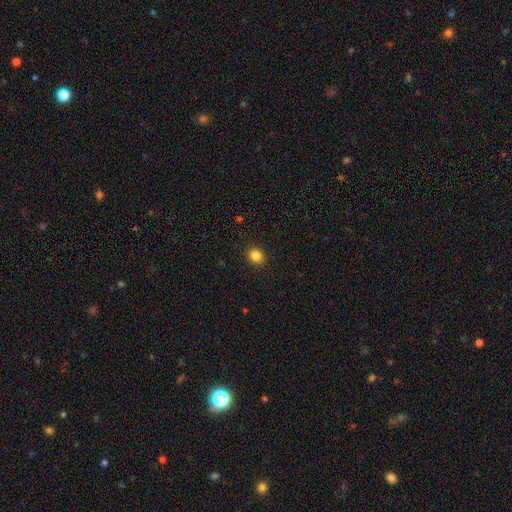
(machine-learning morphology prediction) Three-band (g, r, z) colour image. It shows a smooth galaxy with no disk features (84%) that is round (71%). Merging: none (91%).